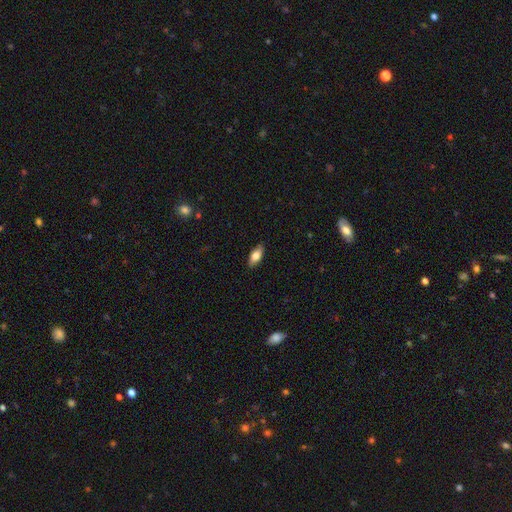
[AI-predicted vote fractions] A smooth galaxy with no disk features (74%) that is in between round and cigar-shaped (82%).

Vote fractions:
- Smooth or featured? smooth: 74% / featured or disk: 20% / star or artifact: 7%
- How rounded? in between: 82% / cigar-shaped: 15% / round: 3%
- Merging? none: 87% / minor disturbance: 10% / major disturbance: 2% / merger: 1%